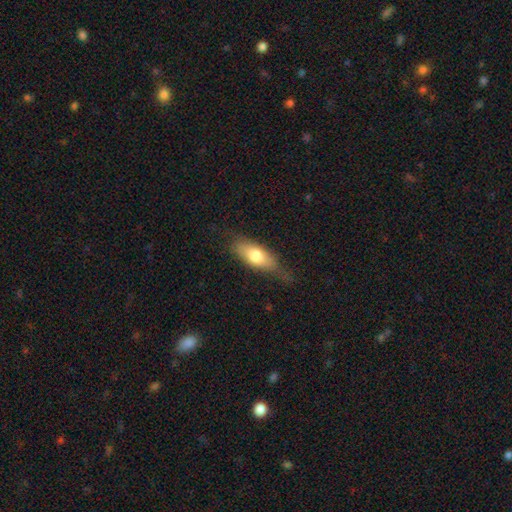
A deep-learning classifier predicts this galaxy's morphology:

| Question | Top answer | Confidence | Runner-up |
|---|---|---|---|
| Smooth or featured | smooth | 71% | featured or disk (23%) |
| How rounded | in between | 78% | cigar-shaped (19%) |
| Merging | none | 61% | minor disturbance (27%) |